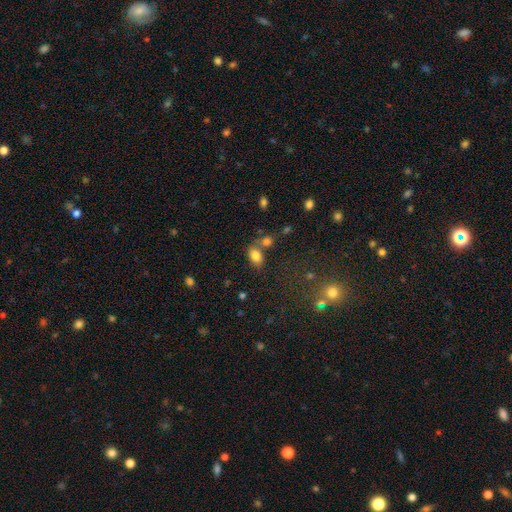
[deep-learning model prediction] smooth 82%, star or artifact 11%, featured or disk 8%. Down the decision tree: how rounded — in between (83%); merging — none (56%).